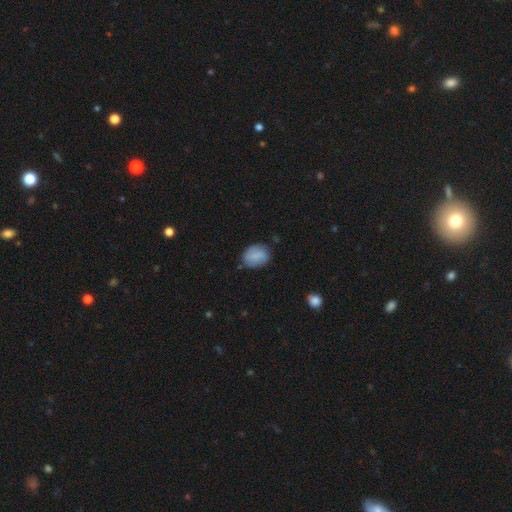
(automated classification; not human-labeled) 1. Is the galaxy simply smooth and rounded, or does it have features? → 79% smooth, 13% featured or disk, 7% star or artifact.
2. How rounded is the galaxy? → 56% in between, 43% round, 1% cigar-shaped.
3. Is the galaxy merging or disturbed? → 74% none, 20% minor disturbance, 4% major disturbance, 2% merger.